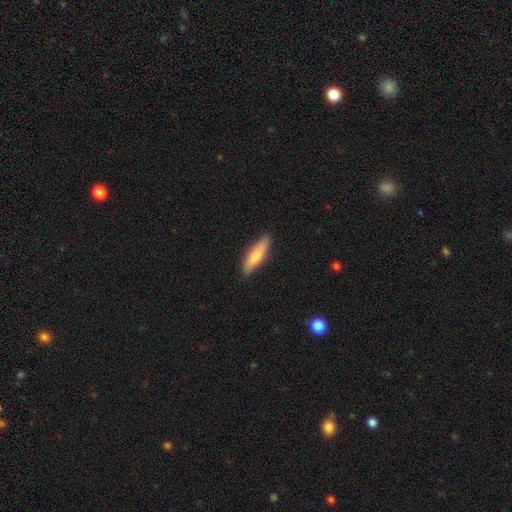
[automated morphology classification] A smooth galaxy with no disk features (75%) that is cigar-shaped (68%). Merging: none (85%).